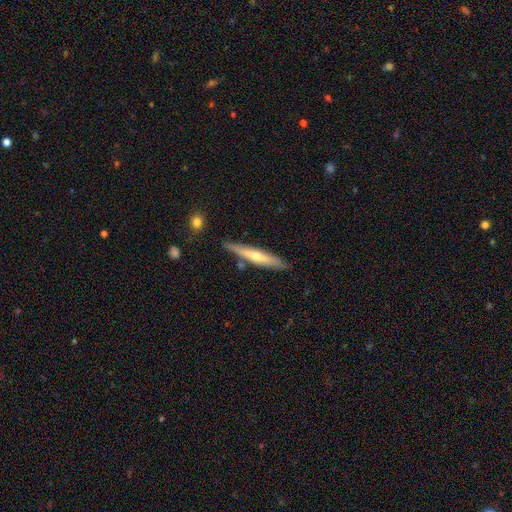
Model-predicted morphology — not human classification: The model was most divided on "smooth or featured": featured or disk: 53%, smooth: 40%, star or artifact: 6%. More confident: edge-on disk — yes (90%); merging — none (81%).